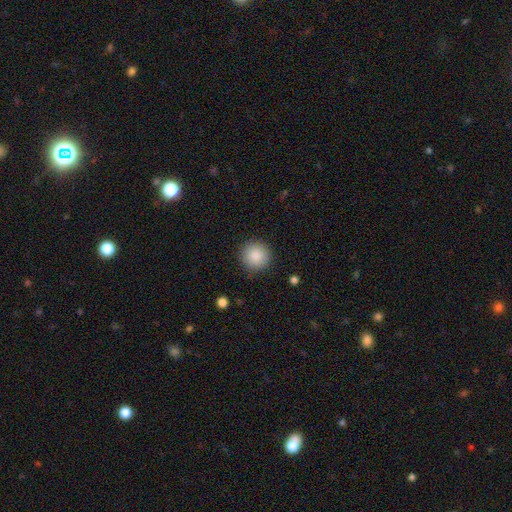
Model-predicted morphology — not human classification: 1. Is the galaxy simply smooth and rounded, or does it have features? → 88% smooth, 8% star or artifact, 4% featured or disk.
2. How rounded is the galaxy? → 94% round, 5% in between, 1% cigar-shaped.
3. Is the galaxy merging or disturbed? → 89% none, 7% minor disturbance, 2% major disturbance, 1% merger.